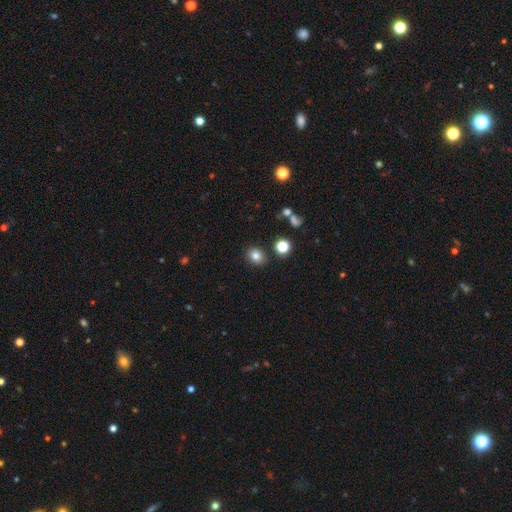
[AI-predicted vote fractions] The model was most divided on "how rounded": round: 59%, in between: 40%, cigar-shaped: 1%. More confident: merging — none (85%); smooth or featured — smooth (80%).